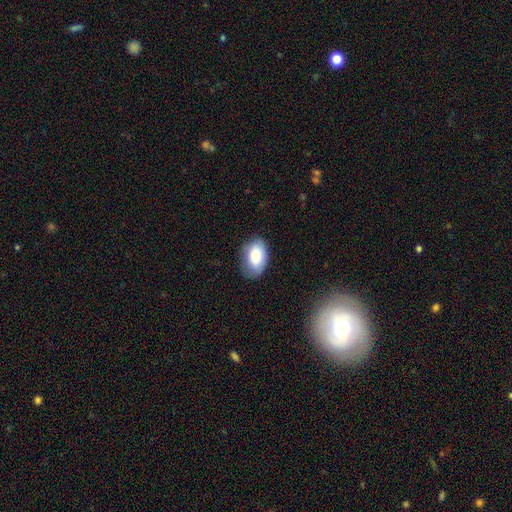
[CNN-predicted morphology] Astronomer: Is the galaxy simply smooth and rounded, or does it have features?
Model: smooth — 81%.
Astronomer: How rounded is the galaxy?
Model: in between — 90%.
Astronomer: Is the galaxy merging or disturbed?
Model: none — 74%.